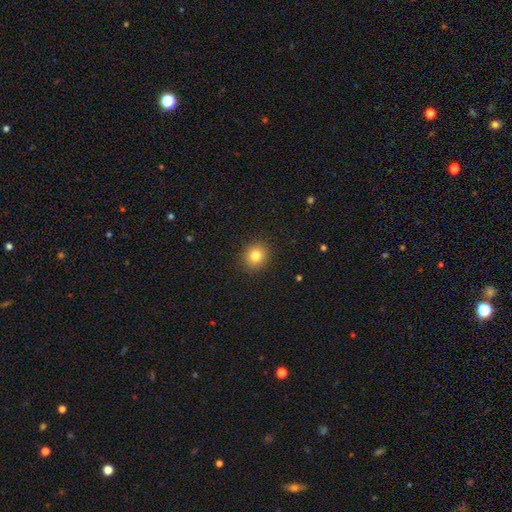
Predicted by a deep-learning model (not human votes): Smooth or featured? Predicted: smooth (p=0.82). How rounded? Predicted: round (p=0.83). Merging? Predicted: none (p=0.91).